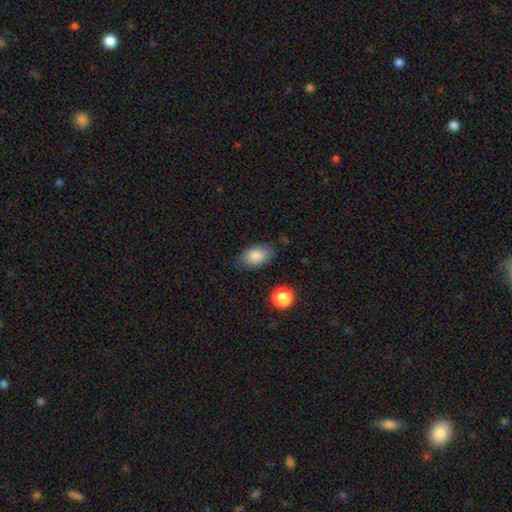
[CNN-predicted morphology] Overall: smooth (85%). How rounded: in between (89%). Merging: none (77%).